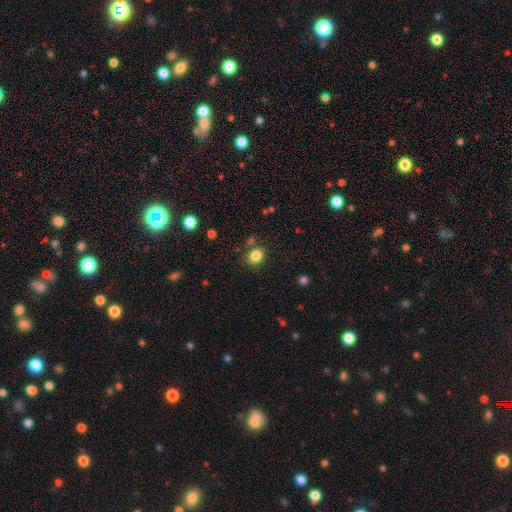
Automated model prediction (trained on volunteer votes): smooth_or_featured: smooth (p=0.83) [alt: star or artifact p=0.11]
how_rounded: round (p=0.59) [alt: in between p=0.40]
merging: none (p=0.77) [alt: minor disturbance p=0.13]